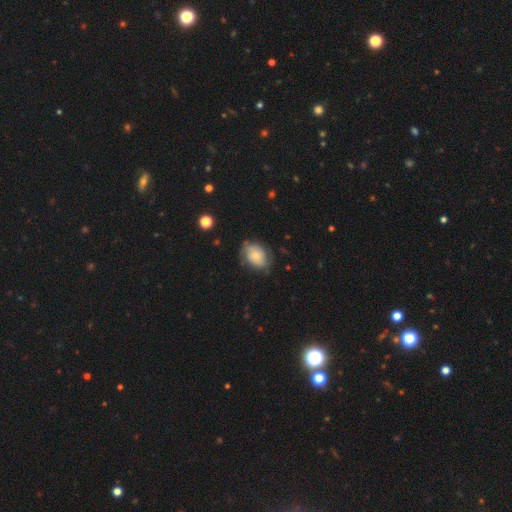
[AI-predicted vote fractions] Smooth or featured?
  - smooth: 53% *
  - featured or disk: 40%
  - star or artifact: 8%
How rounded?
  - in between: 72% *
  - round: 27%
  - cigar-shaped: 1%
Merging?
  - none: 62% *
  - minor disturbance: 27%
  - major disturbance: 10%
  - merger: 2%